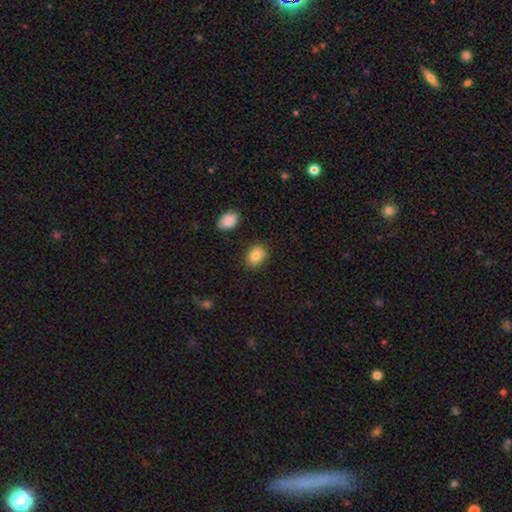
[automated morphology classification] Smooth or featured? smooth (84%)
How rounded? in between (59%)
Merging? none (80%)